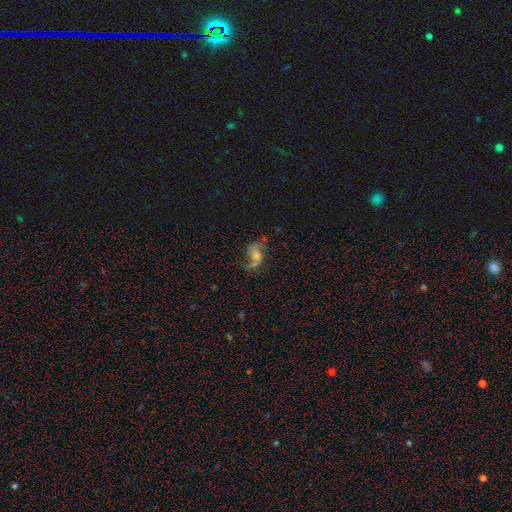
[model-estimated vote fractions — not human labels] smooth-or-featured: smooth: 47% | featured or disk: 33% | star or artifact: 19%
  merging: major disturbance: 29% | none: 28% | merger: 25% | minor disturbance: 19%